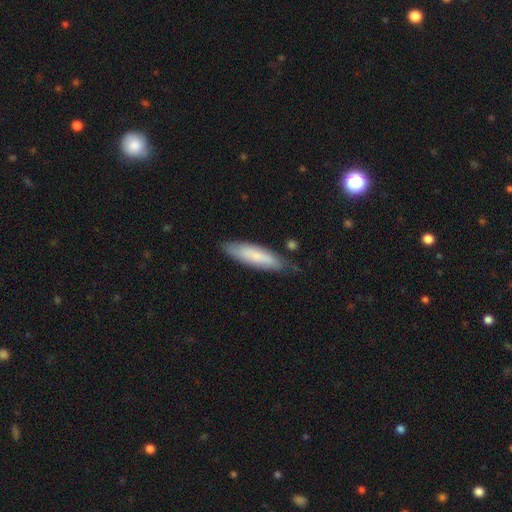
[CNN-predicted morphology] The model was most divided on "how rounded": cigar-shaped: 68%, in between: 30%, round: 1%. More confident: merging — none (74%); smooth or featured — smooth (73%).